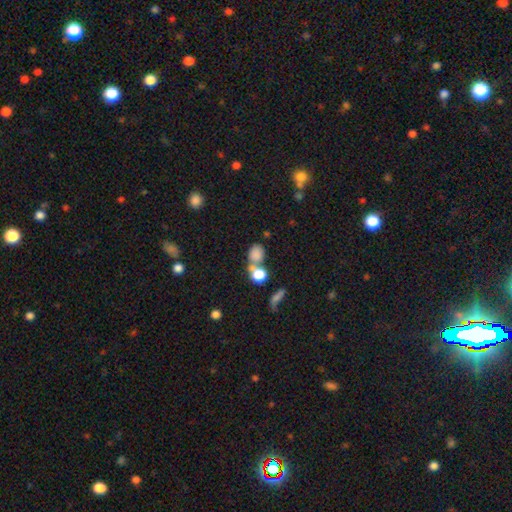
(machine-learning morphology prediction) Q: Smooth or featured?
A: smooth (78%); runner-up: star or artifact (13%)
Q: How rounded?
A: round (59%); runner-up: in between (40%)
Q: Merging?
A: merger (43%); runner-up: none (40%)